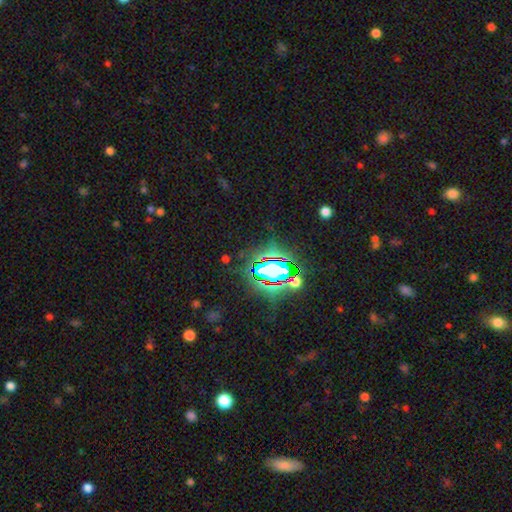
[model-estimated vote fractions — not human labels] smooth-or-featured: star or artifact: 79% | smooth: 12% | featured or disk: 8%